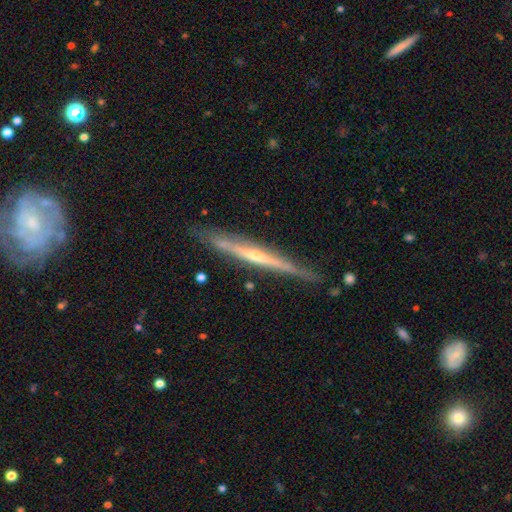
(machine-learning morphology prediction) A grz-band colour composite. It shows a featured or disk galaxy (78%) viewed edge-on (97%) with a rounded central bulge (60%). Merging: none (82%).